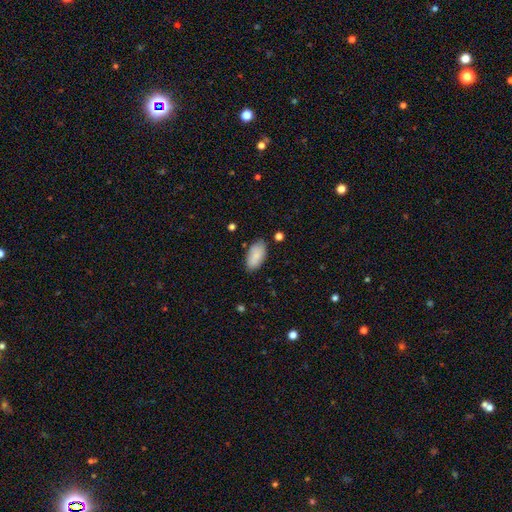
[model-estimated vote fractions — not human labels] A smooth galaxy with no disk features (87%) that is in between round and cigar-shaped (93%).

Vote fractions:
- Smooth or featured? smooth: 87% / featured or disk: 7% / star or artifact: 6%
- How rounded? in between: 93% / cigar-shaped: 5% / round: 2%
- Merging? none: 80% / minor disturbance: 14% / major disturbance: 3% / merger: 2%